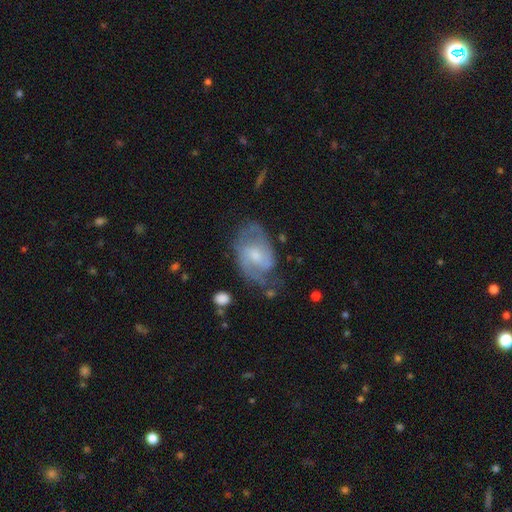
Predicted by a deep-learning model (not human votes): Smooth or featured? Predicted: featured or disk (p=0.77). Edge-on disk? Predicted: no (p=0.97). Bar? Predicted: weak (p=0.49). Spiral arms? Predicted: yes (p=0.90). Spiral winding? Predicted: medium (p=0.50). Spiral arm count? Predicted: 2 (p=0.75). Bulge size? Predicted: small (p=0.44, tied with moderate). Merging? Predicted: none (p=0.59).